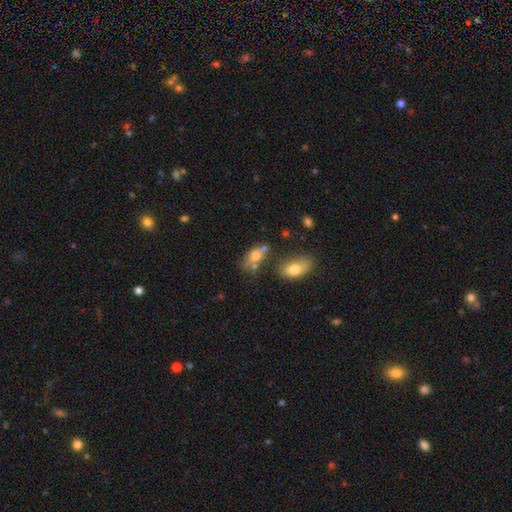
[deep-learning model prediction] smooth 67%, featured or disk 22%, star or artifact 11%. Down the decision tree: how rounded — in between (77%); merging — none (40%).